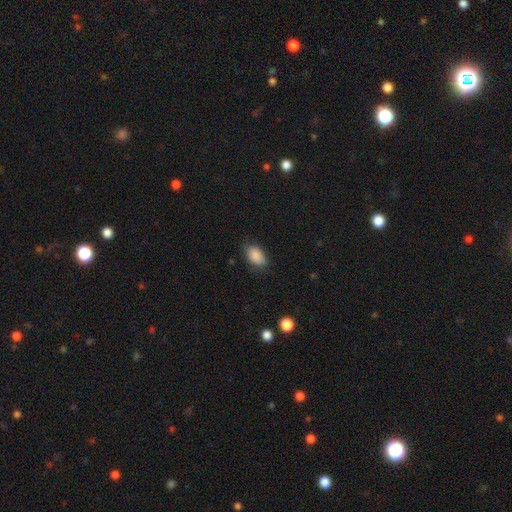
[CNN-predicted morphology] smooth_or_featured: smooth (p=0.88) [alt: star or artifact p=0.08]
how_rounded: in between (p=0.91) [alt: round p=0.07]
merging: none (p=0.76) [alt: minor disturbance p=0.19]